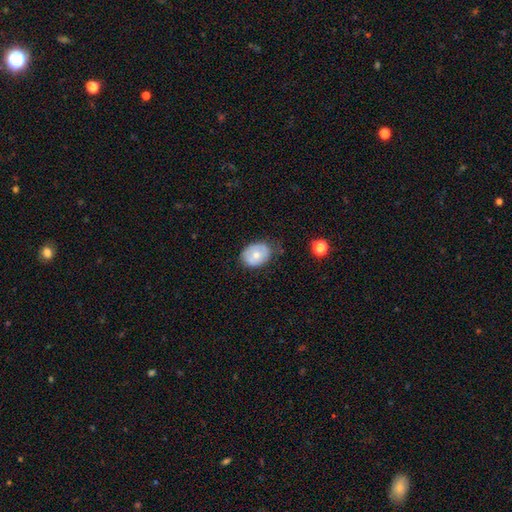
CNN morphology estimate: Overall: smooth (63%; featured or disk 30%). How rounded: in between (61%; round 38%). Merging: none (62%; minor disturbance 29%).